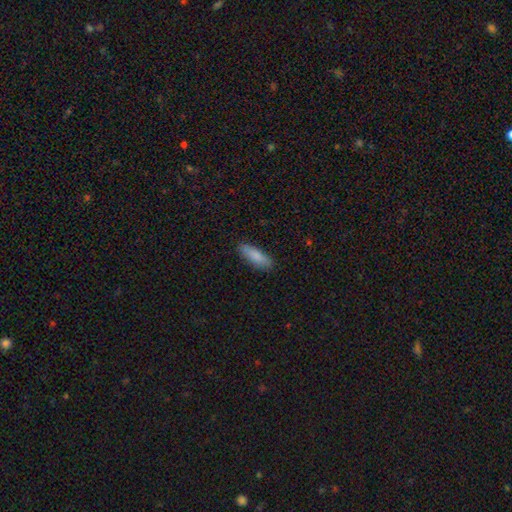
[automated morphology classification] Overall: smooth (85%). How rounded: cigar-shaped (51%; in between 48%). Merging: none (86%).